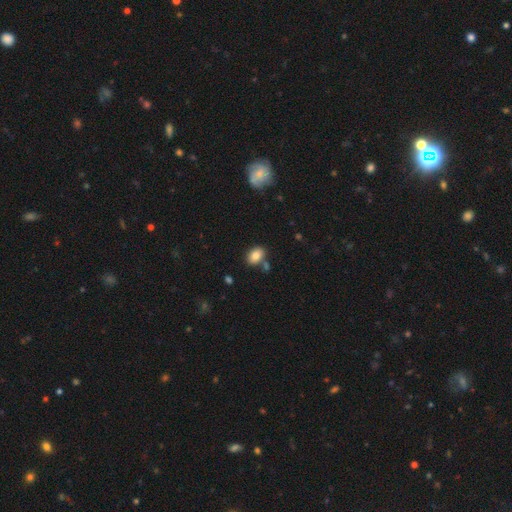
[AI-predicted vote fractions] Morphology: type=smooth (84%); roundness=in between (83%); merging=none (73%).